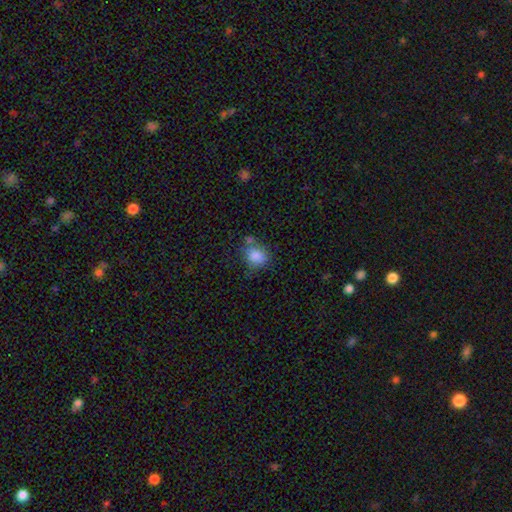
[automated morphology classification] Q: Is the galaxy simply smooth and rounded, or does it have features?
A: smooth — 84%.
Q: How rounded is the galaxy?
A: round — 55%.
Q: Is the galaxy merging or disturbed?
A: none — 58%.